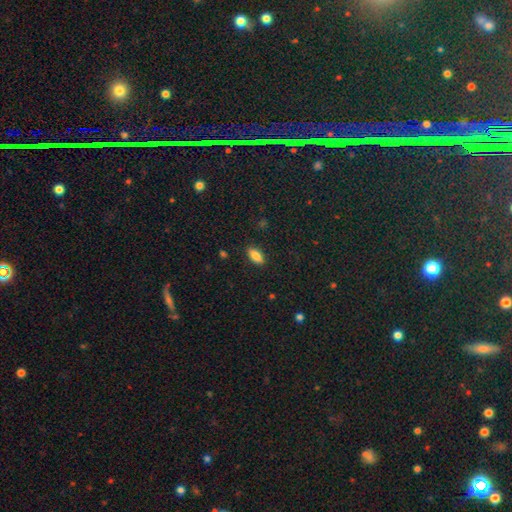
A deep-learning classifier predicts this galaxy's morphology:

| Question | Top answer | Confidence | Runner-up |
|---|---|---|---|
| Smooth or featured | smooth | 85% | star or artifact (9%) |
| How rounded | in between | 85% | cigar-shaped (12%) |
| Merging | none | 88% | minor disturbance (9%) |